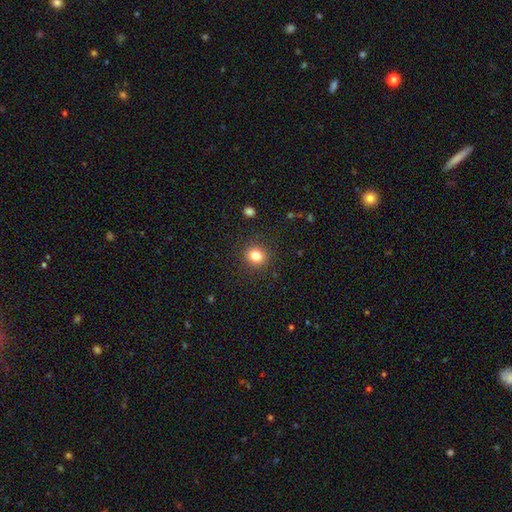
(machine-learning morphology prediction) Overall: smooth (82%). How rounded: round (79%). Merging: none (89%).